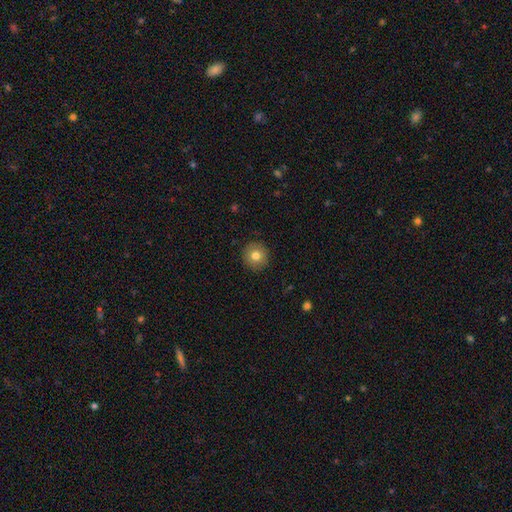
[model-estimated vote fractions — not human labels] The model was most divided on "smooth or featured": smooth: 78%, featured or disk: 12%, star or artifact: 10%. More confident: how rounded — round (95%); merging — none (91%).